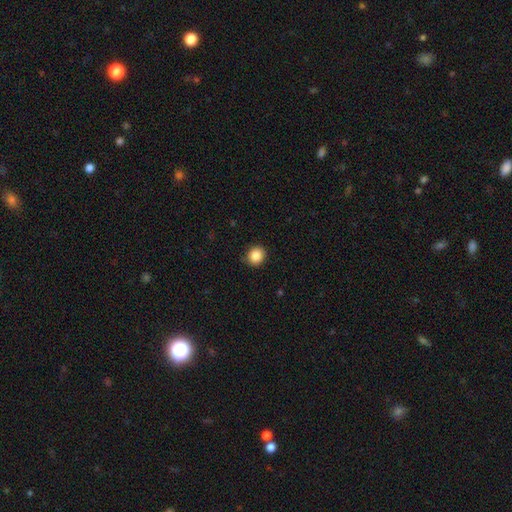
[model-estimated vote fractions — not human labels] Smooth or featured? smooth (86%)
How rounded? round (84%)
Merging? none (88%)